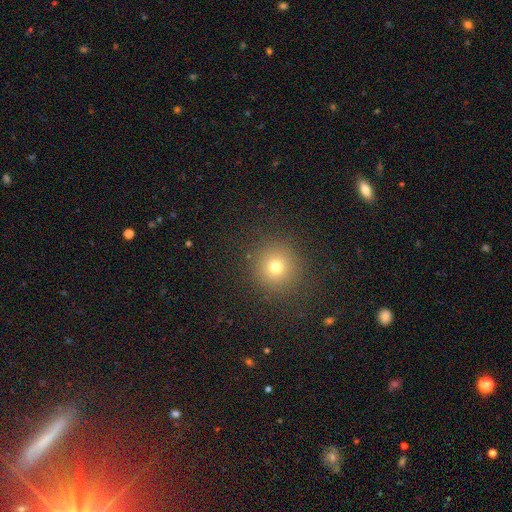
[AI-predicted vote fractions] This is likely a smooth galaxy (67%). How rounded: clearly round (94%). Merging: clearly none (91%).